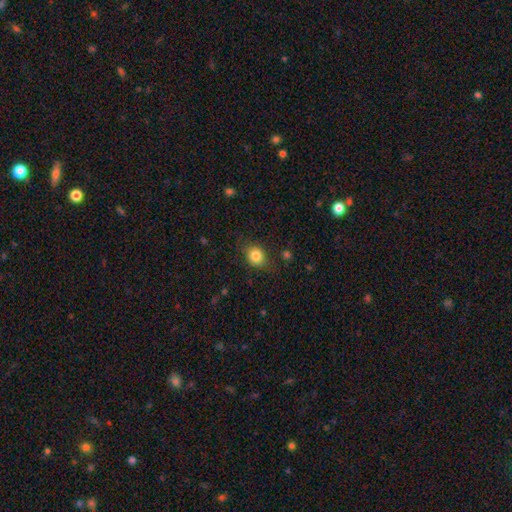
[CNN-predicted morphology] Overall: smooth (82%). How rounded: round (62%; in between 37%). Merging: none (78%).